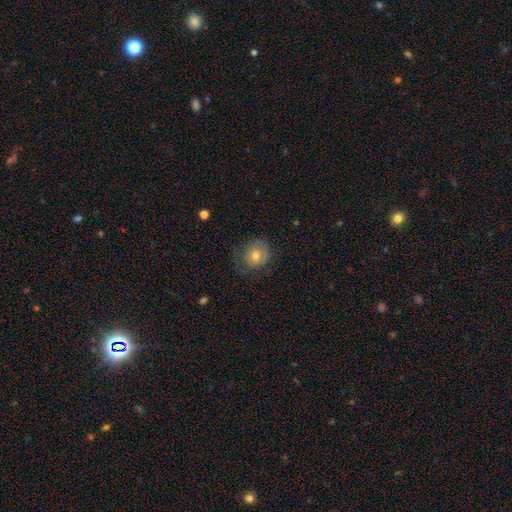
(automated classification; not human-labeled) This is likely a smooth galaxy (64%). How rounded: likely round (72%). Merging: possibly none (53%).